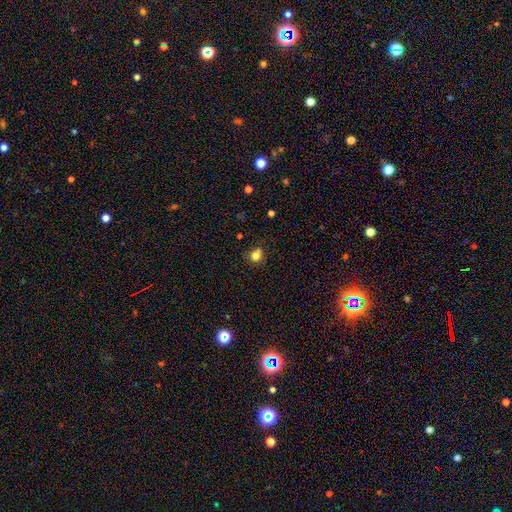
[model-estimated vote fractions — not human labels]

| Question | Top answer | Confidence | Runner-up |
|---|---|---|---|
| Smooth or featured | smooth | 79% | star or artifact (14%) |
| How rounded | round | 81% | in between (18%) |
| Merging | none | 67% | minor disturbance (19%) |